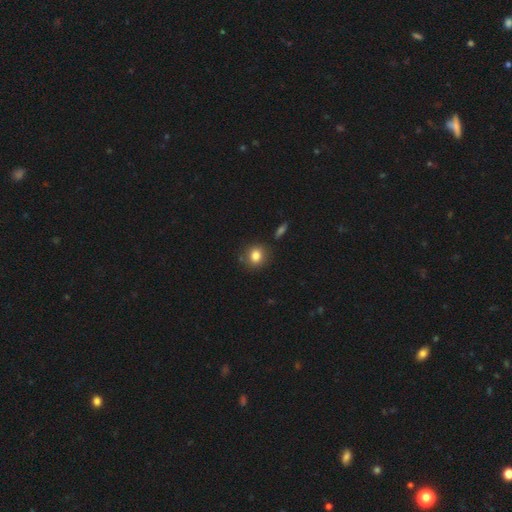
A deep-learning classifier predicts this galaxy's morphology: Smooth or featured? smooth (83%)
How rounded? round (74%)
Merging? none (84%)